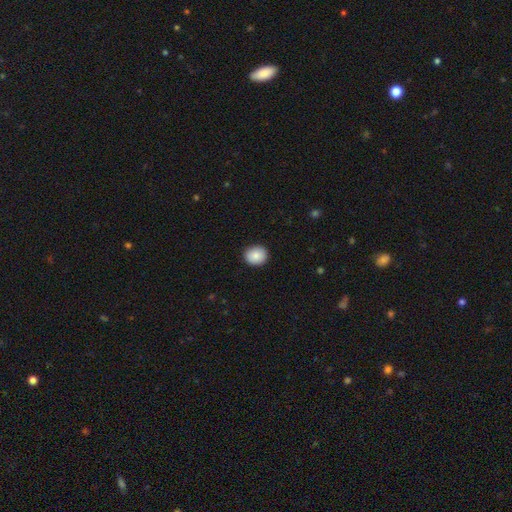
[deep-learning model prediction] Overall: smooth (87%). How rounded: round (70%). Merging: none (90%).